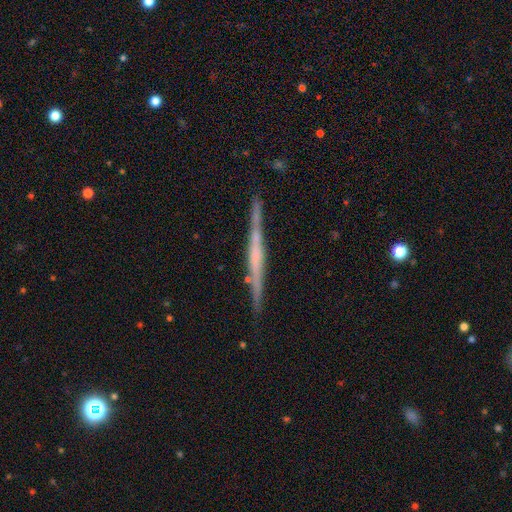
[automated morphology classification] Smooth or featured? featured or disk (73%)
Edge-on disk? yes (97%)
Edge-on bulge? none (54%)
Merging? none (87%)